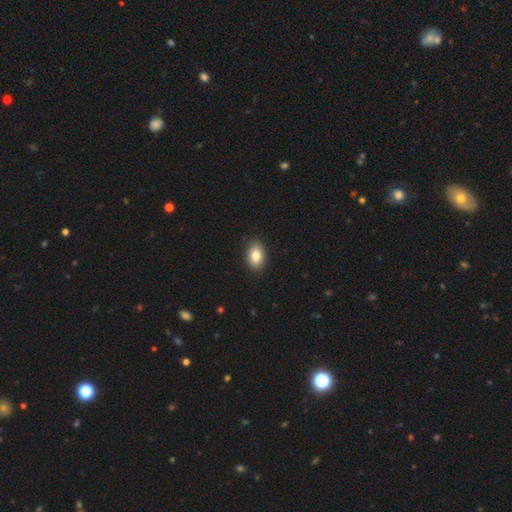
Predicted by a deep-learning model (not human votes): Q: Smooth or featured?
A: smooth (83%); runner-up: featured or disk (9%)
Q: How rounded?
A: in between (88%); runner-up: round (10%)
Q: Merging?
A: none (89%); runner-up: minor disturbance (9%)